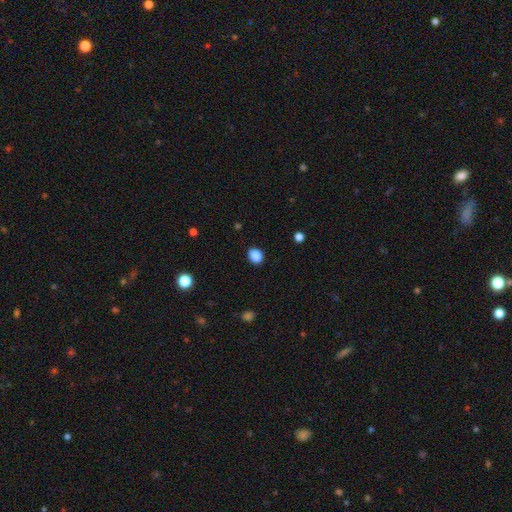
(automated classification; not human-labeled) Smooth or featured? smooth (87%)
How rounded? round (54%)
Merging? none (88%)